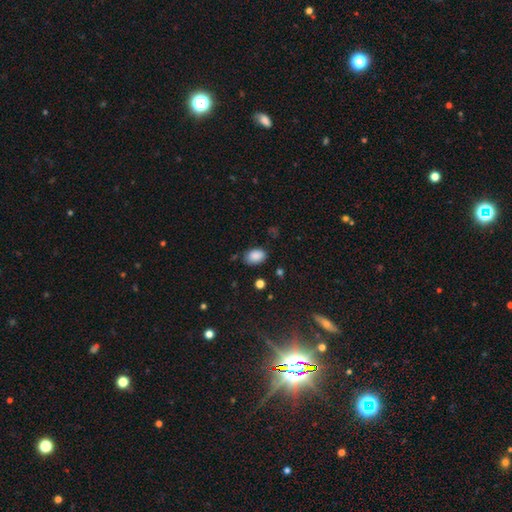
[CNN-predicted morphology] Smooth or featured? Predicted: smooth (p=0.87). How rounded? Predicted: in between (p=0.83). Merging? Predicted: none (p=0.75).